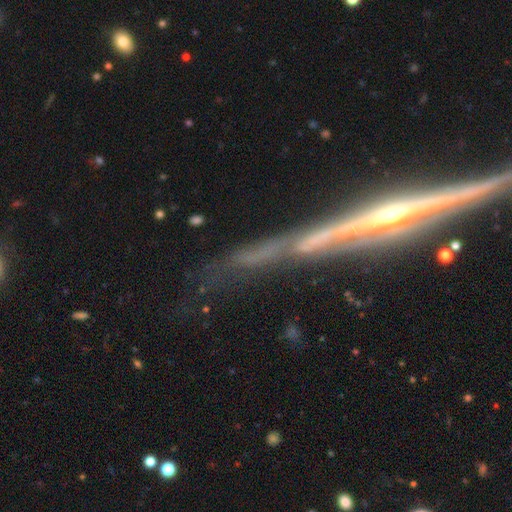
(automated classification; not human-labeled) Q: Smooth or featured?
A: featured or disk (67%); runner-up: smooth (18%)
Q: Edge-on disk?
A: yes (80%); runner-up: no (20%)
Q: Edge-on bulge?
A: none (52%); runner-up: rounded (31%)
Q: Merging?
A: none (54%); runner-up: minor disturbance (19%)